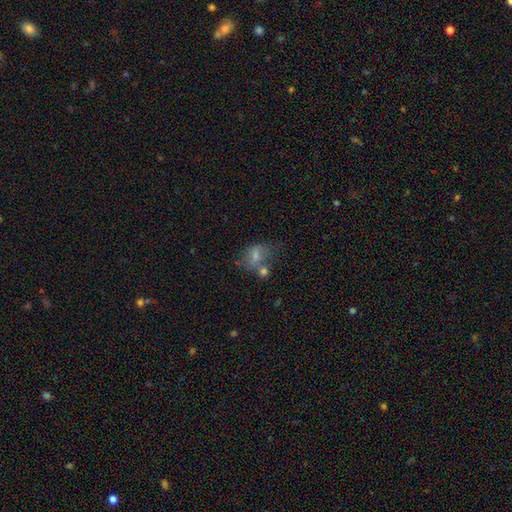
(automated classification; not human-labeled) Smooth or featured: smooth — 46% (featured or disk — 32%)
Merging: none — 44% (merger — 23%)